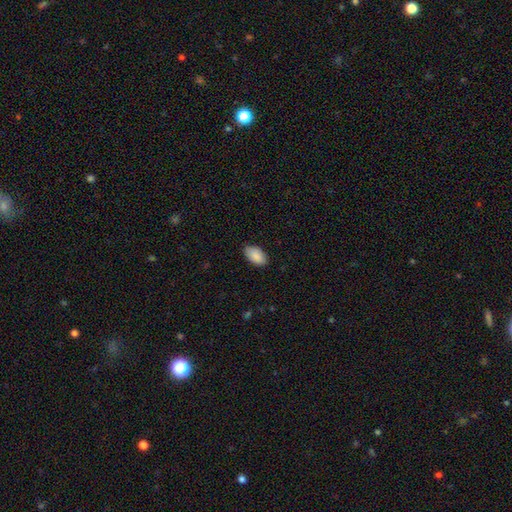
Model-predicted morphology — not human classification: A smooth galaxy with no disk features (89%) that is in between round and cigar-shaped (95%).

Vote fractions:
- Smooth or featured? smooth: 89% / star or artifact: 6% / featured or disk: 5%
- How rounded? in between: 95% / round: 3% / cigar-shaped: 2%
- Merging? none: 85% / minor disturbance: 12% / major disturbance: 2% / merger: 1%